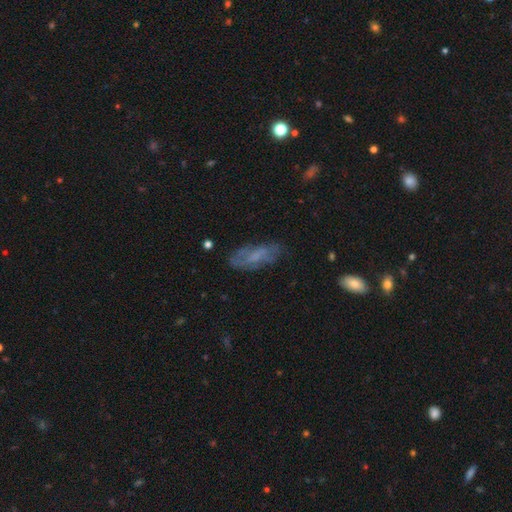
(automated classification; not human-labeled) A smooth galaxy with no disk features (49%).

Vote fractions:
- Smooth or featured? smooth: 49% / featured or disk: 42% / star or artifact: 10%
- Merging? none: 67% / minor disturbance: 22% / major disturbance: 9% / merger: 2%